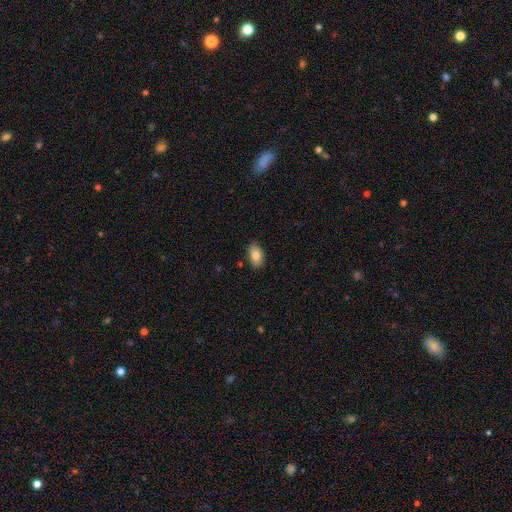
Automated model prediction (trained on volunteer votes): smooth-or-featured: smooth: 83% | featured or disk: 10% | star or artifact: 7%
  how-rounded: in between: 91% | round: 7% | cigar-shaped: 2%
  merging: none: 85% | minor disturbance: 11% | major disturbance: 2% | merger: 1%